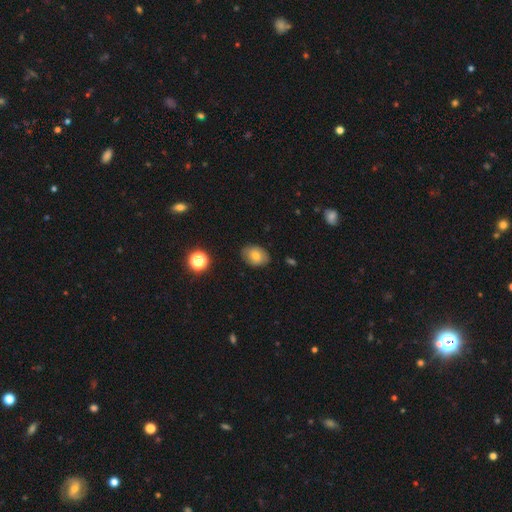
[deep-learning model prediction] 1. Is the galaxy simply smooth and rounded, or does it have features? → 75% smooth, 15% featured or disk, 10% star or artifact.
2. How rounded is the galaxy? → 68% in between, 31% round, 1% cigar-shaped.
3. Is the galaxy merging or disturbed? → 80% none, 16% minor disturbance, 3% major disturbance, 1% merger.